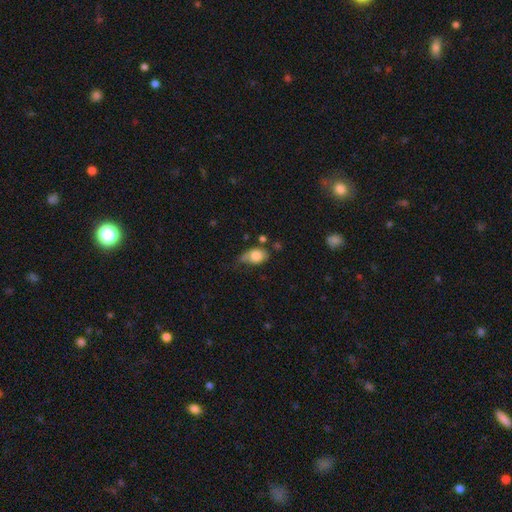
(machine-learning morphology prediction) A smooth galaxy with no disk features (76%) that is in between round and cigar-shaped (75%).

Vote fractions:
- Smooth or featured? smooth: 76% / featured or disk: 16% / star or artifact: 8%
- How rounded? in between: 75% / round: 22% / cigar-shaped: 2%
- Merging? minor disturbance: 39% / none: 28% / major disturbance: 24% / merger: 8%